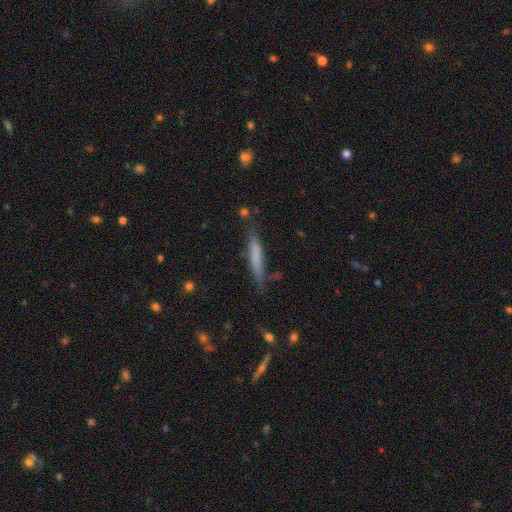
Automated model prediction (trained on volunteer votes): This is likely a smooth galaxy (62%). How rounded: clearly cigar-shaped (93%). Merging: likely none (75%).